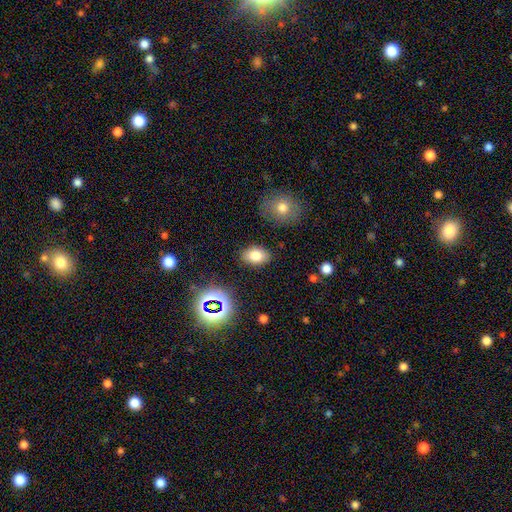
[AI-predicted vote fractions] Smooth or featured? smooth (77%)
How rounded? in between (88%)
Merging? none (85%)